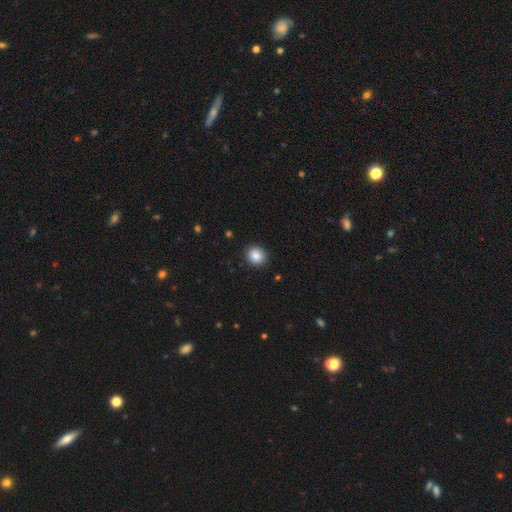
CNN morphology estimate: Smooth or featured: smooth — 86% (star or artifact — 9%)
How rounded: round — 80% (in between — 19%)
Merging: none — 91% (minor disturbance — 6%)